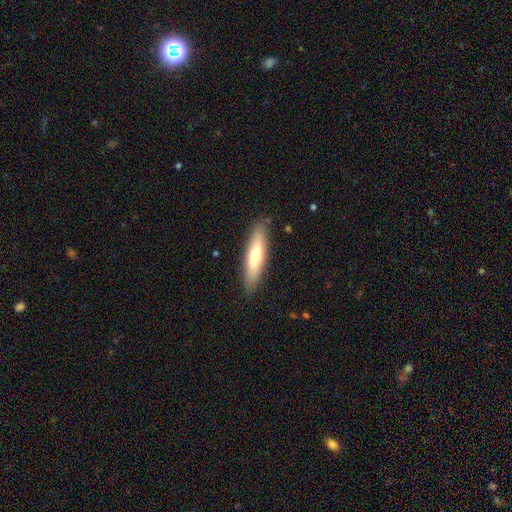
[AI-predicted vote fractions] Smooth or featured?
  - smooth: 63% *
  - featured or disk: 32%
  - star or artifact: 6%
How rounded?
  - cigar-shaped: 77% *
  - in between: 21%
  - round: 1%
Merging?
  - none: 88% *
  - minor disturbance: 9%
  - major disturbance: 2%
  - merger: 1%